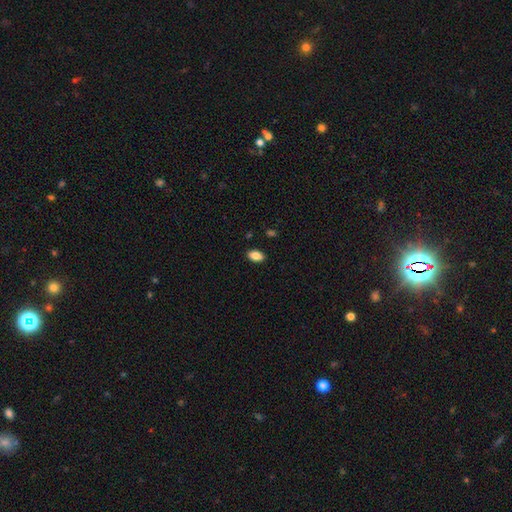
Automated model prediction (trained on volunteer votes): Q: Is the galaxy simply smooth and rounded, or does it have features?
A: smooth — 87%.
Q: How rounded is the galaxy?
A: in between — 91%.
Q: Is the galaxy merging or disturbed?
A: none — 89%.